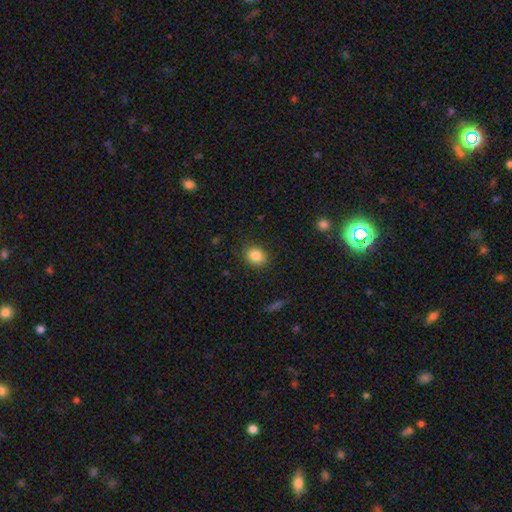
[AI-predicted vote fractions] A smooth galaxy with no disk features (85%) that is round (51%).

Vote fractions:
- Smooth or featured? smooth: 85% / star or artifact: 10% / featured or disk: 6%
- How rounded? round: 51% / in between: 48% / cigar-shaped: 1%
- Merging? none: 87% / minor disturbance: 9% / major disturbance: 3% / merger: 1%